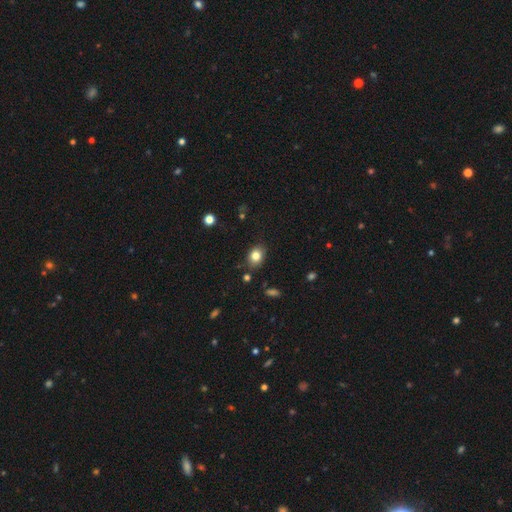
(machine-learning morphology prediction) type=smooth (82%); roundness=in between (60%); merging=none (83%).